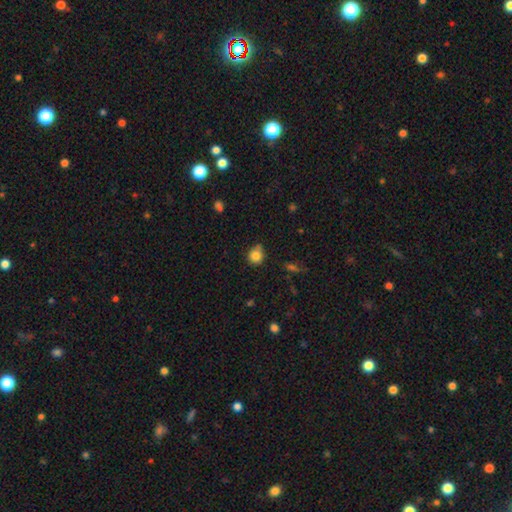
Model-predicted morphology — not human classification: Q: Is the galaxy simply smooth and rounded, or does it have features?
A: smooth — 83%.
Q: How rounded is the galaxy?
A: round — 84%.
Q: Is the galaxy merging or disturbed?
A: none — 66%.